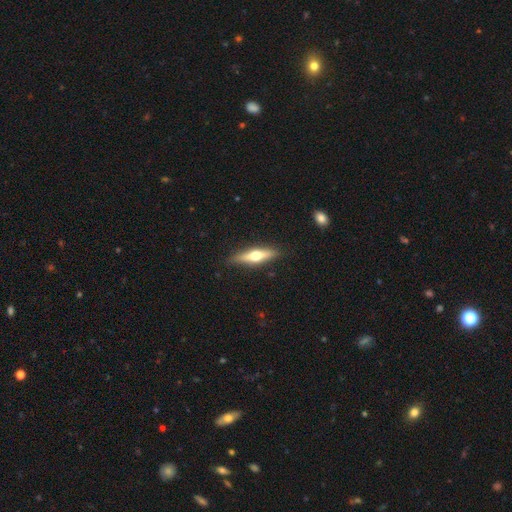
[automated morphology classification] Smooth or featured?
  - featured or disk: 55% *
  - smooth: 39%
  - star or artifact: 6%
Edge-on disk?
  - yes: 93% *
  - no: 7%
Edge-on bulge?
  - rounded: 94% *
  - none: 3%
  - boxy: 3%
Merging?
  - none: 88% *
  - minor disturbance: 9%
  - major disturbance: 2%
  - merger: 1%